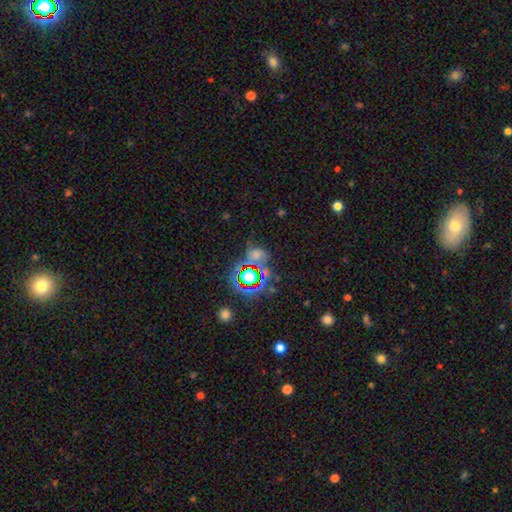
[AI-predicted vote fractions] Q: Smooth or featured?
A: star or artifact (64%); runner-up: smooth (25%)